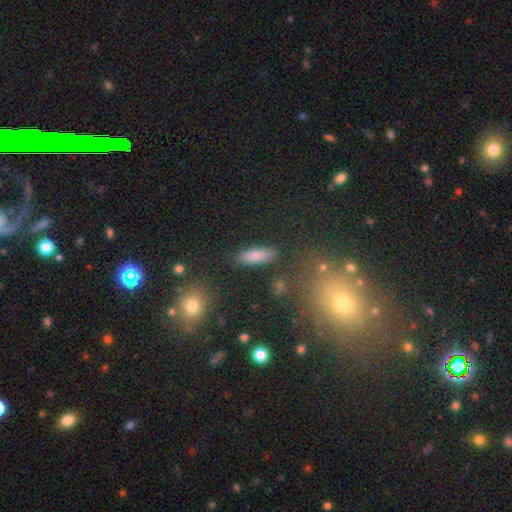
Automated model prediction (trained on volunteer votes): Smooth or featured? Predicted: smooth (p=0.81). How rounded? Predicted: in between (p=0.67). Merging? Predicted: none (p=0.82).